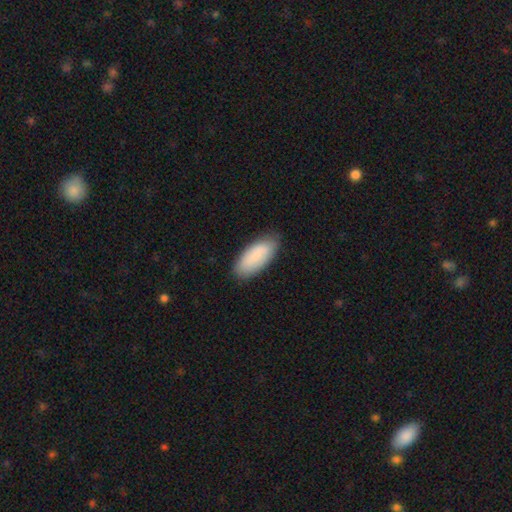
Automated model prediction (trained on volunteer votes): Smooth or featured: smooth — 85% (featured or disk — 9%)
How rounded: in between — 87% (cigar-shaped — 12%)
Merging: none — 83% (minor disturbance — 14%)